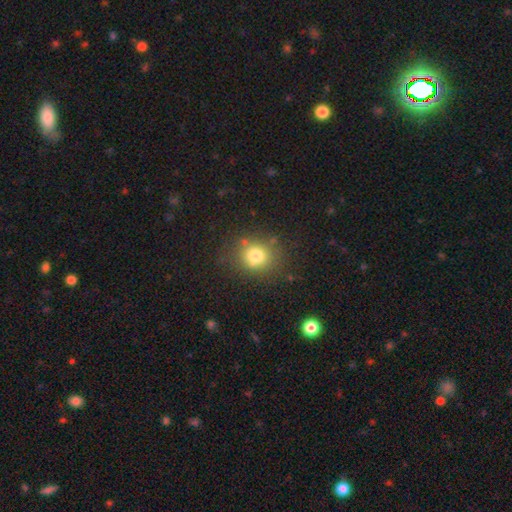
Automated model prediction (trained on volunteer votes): Overall: smooth (77%). How rounded: round (74%). Merging: none (75%).